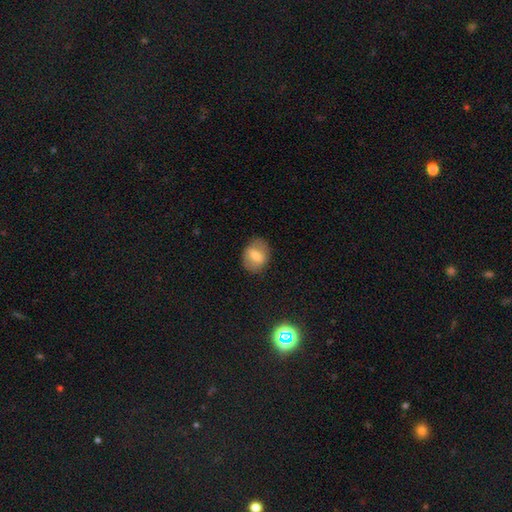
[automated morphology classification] The model was most divided on "how rounded": in between: 56%, round: 43%, cigar-shaped: 1%. More confident: merging — none (81%); smooth or featured — smooth (66%).